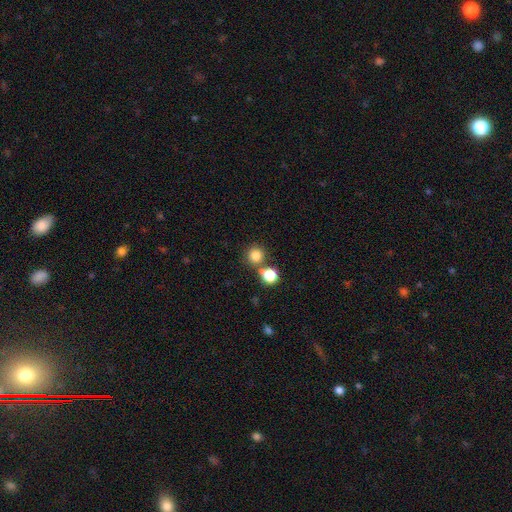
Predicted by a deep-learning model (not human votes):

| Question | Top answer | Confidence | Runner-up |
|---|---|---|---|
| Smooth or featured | smooth | 81% | star or artifact (13%) |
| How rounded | round | 91% | in between (8%) |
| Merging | none | 64% | merger (26%) |